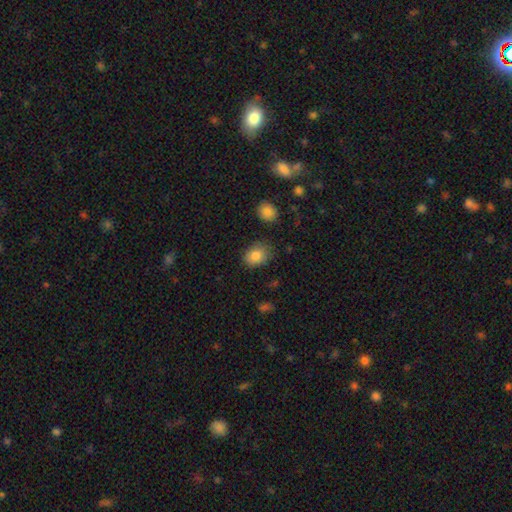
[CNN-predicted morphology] A smooth galaxy with no disk features (84%) that is in between round and cigar-shaped (56%). Merging: none (78%).